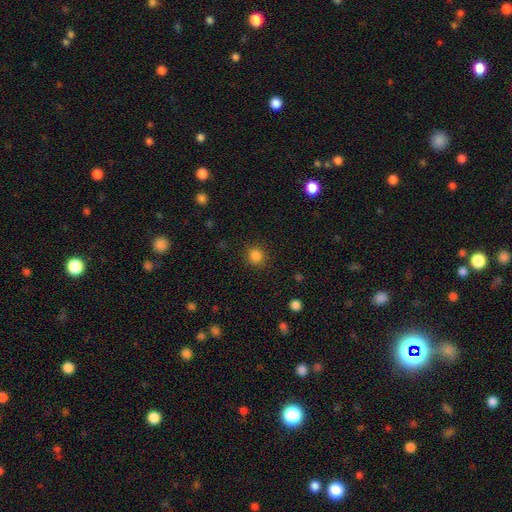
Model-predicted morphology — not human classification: The model was most divided on "smooth or featured": smooth: 84%, star or artifact: 12%, featured or disk: 4%. More confident: how rounded — round (90%); merging — none (89%).